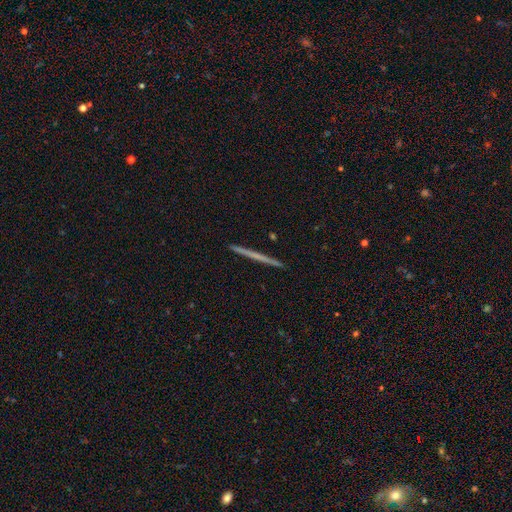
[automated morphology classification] smooth-or-featured: featured or disk: 53% | smooth: 41% | star or artifact: 6%
  disk-edge-on: yes: 98% | no: 2%
    edge-on-bulge: none: 91% | rounded: 7% | boxy: 3%
  merging: none: 93% | minor disturbance: 5% | major disturbance: 1% | merger: 1%